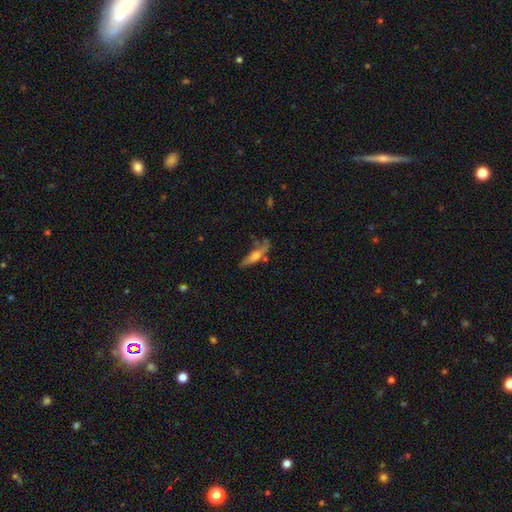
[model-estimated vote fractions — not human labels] smooth-or-featured: smooth: 48% | featured or disk: 45% | star or artifact: 7%
  merging: none: 59% | minor disturbance: 23% | merger: 9% | major disturbance: 8%